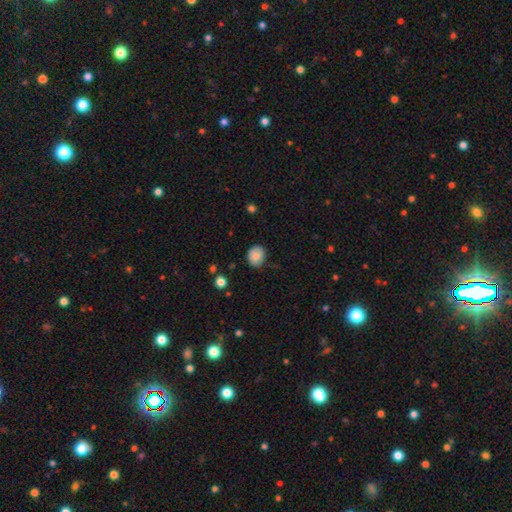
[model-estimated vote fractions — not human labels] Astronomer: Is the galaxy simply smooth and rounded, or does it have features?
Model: smooth — 83%.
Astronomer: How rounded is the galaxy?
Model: round — 67%.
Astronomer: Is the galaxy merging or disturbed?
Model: none — 79%.